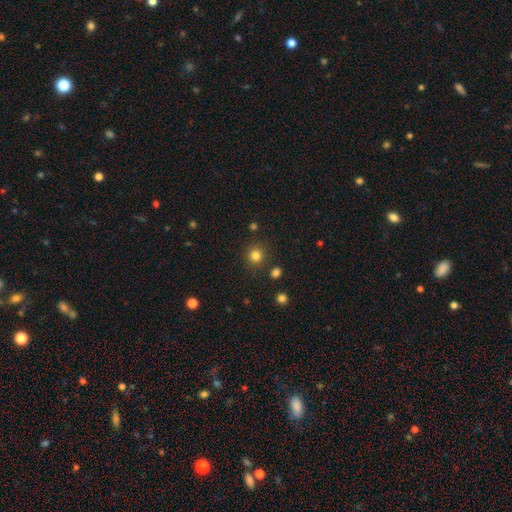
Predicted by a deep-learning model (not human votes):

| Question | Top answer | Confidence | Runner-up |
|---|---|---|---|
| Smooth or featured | smooth | 81% | star or artifact (14%) |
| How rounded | round | 91% | in between (8%) |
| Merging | none | 86% | minor disturbance (7%) |